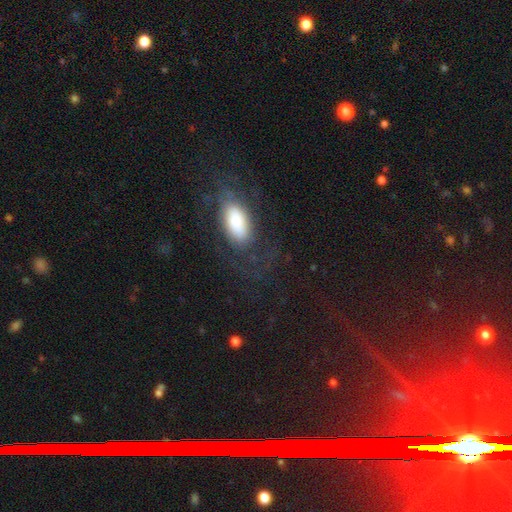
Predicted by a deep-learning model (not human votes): smooth_or_featured: smooth (p=0.49) [alt: featured or disk p=0.26]
merging: none (p=0.78) [alt: minor disturbance p=0.14]